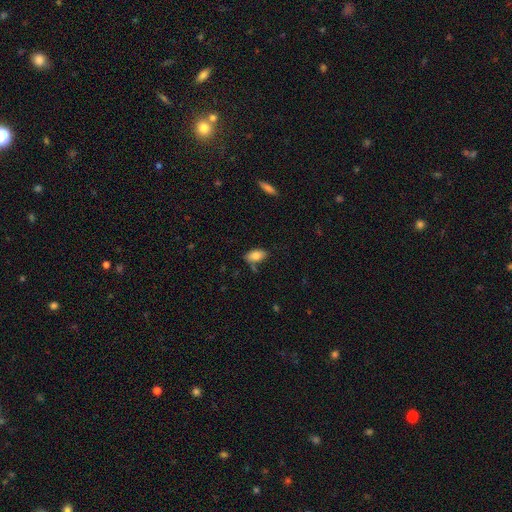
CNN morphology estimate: Smooth or featured? smooth (81%)
How rounded? in between (93%)
Merging? none (72%)